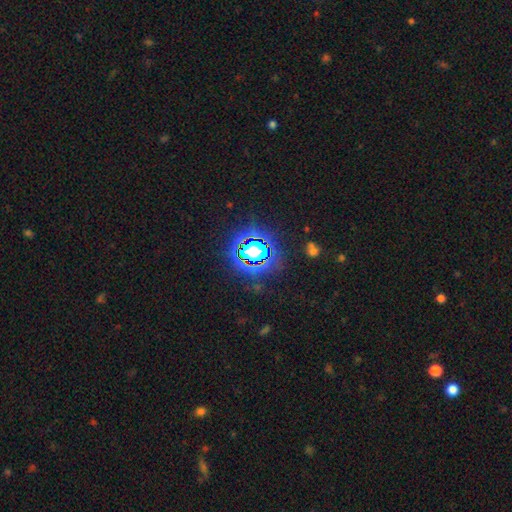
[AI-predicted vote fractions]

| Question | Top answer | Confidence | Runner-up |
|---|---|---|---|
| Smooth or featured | star or artifact | 78% | smooth (14%) |